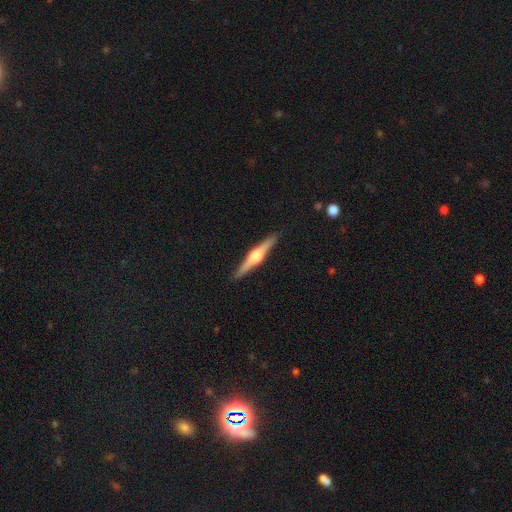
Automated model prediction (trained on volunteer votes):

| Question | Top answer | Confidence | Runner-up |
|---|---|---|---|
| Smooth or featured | featured or disk | 77% | smooth (18%) |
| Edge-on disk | yes | 98% | no (2%) |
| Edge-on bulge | rounded | 88% | boxy (9%) |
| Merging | none | 91% | minor disturbance (6%) |